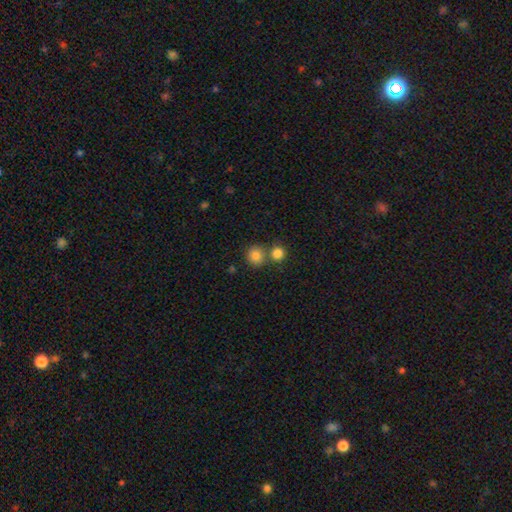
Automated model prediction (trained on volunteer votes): Q: Smooth or featured?
A: smooth (82%); runner-up: star or artifact (11%)
Q: How rounded?
A: round (89%); runner-up: in between (10%)
Q: Merging?
A: none (65%); runner-up: merger (25%)